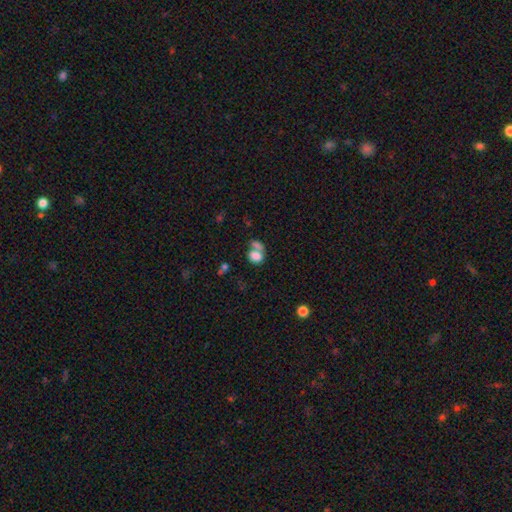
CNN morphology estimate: A smooth galaxy with no disk features (80%) that is in between round and cigar-shaped (64%).

Vote fractions:
- Smooth or featured? smooth: 80% / star or artifact: 10% / featured or disk: 10%
- How rounded? in between: 64% / round: 35% / cigar-shaped: 2%
- Merging? merger: 52% / none: 32% / minor disturbance: 10% / major disturbance: 6%